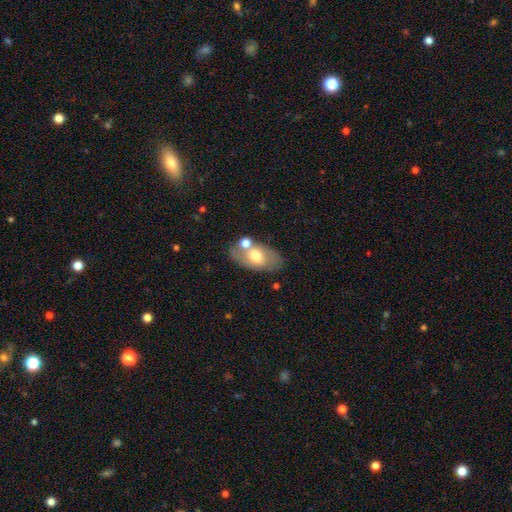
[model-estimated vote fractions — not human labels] Smooth or featured? Predicted: smooth (p=0.57). How rounded? Predicted: in between (p=0.90). Merging? Predicted: none (p=0.63).